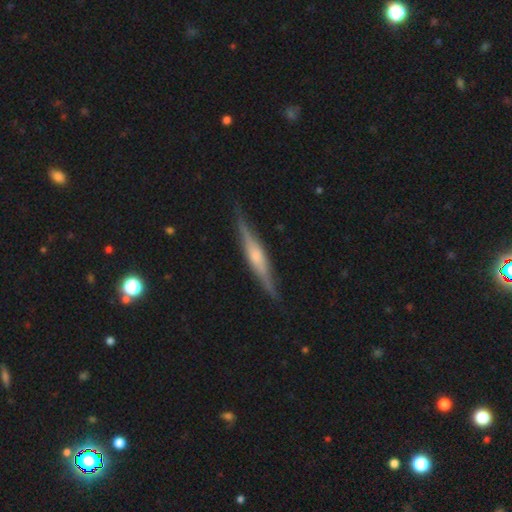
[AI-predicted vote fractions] Morphology: type=featured or disk (73%); edge-on=yes (97%); edge-on bulge=rounded (61%); merging=none (87%).